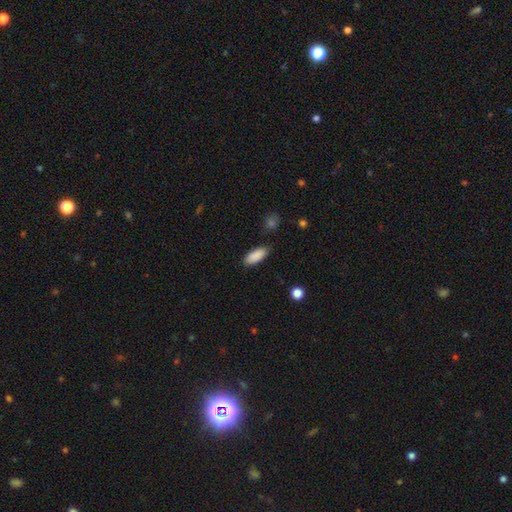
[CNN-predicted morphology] type=smooth (89%); roundness=in between (78%); merging=none (83%).